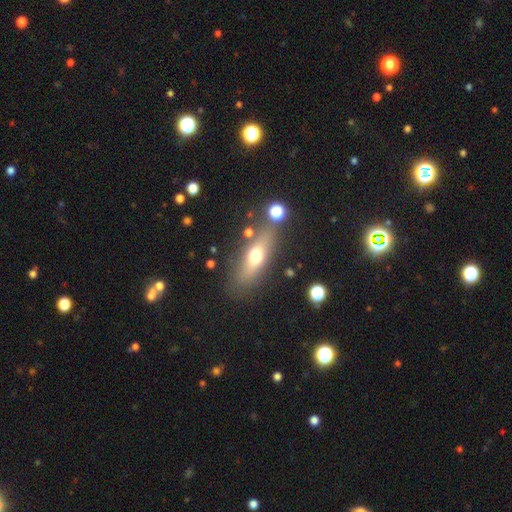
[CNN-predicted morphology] type=smooth (57%); roundness=in between (51%); merging=none (75%).